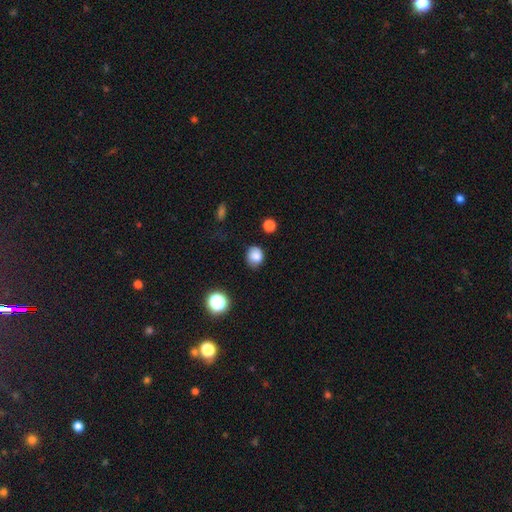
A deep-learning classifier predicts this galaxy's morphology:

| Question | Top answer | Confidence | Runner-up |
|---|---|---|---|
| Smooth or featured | smooth | 83% | star or artifact (11%) |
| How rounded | round | 63% | in between (36%) |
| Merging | none | 75% | minor disturbance (19%) |